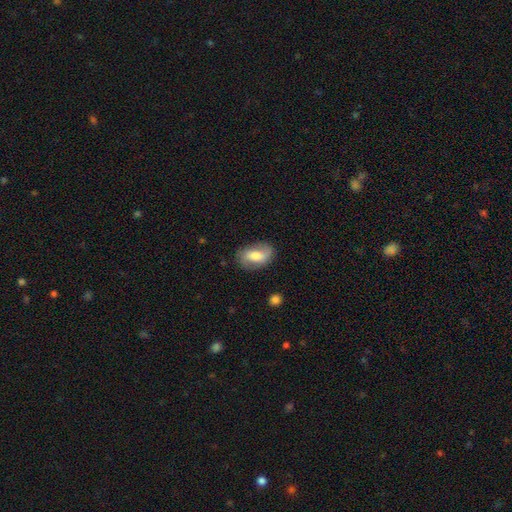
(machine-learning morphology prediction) Smooth or featured? Predicted: smooth (p=0.49). Merging? Predicted: none (p=0.75).